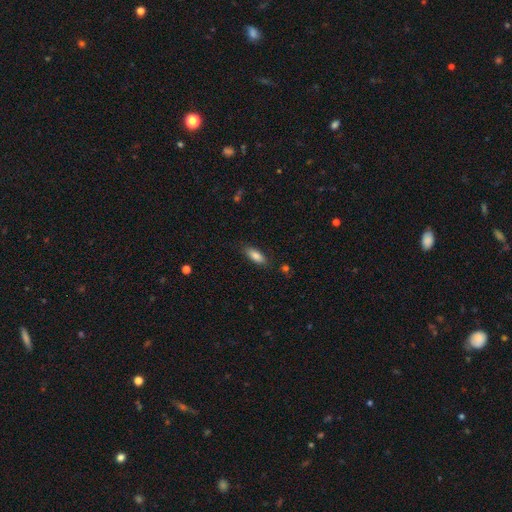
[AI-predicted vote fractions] Smooth or featured?
  - smooth: 83% *
  - featured or disk: 10%
  - star or artifact: 7%
How rounded?
  - in between: 72% *
  - cigar-shaped: 26%
  - round: 2%
Merging?
  - none: 82% *
  - minor disturbance: 13%
  - major disturbance: 3%
  - merger: 2%